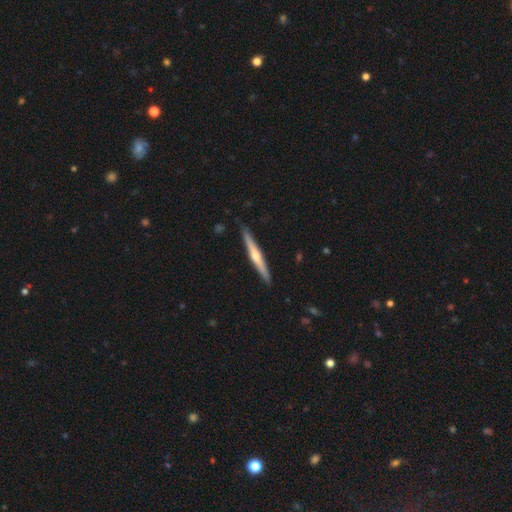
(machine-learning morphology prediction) Smooth or featured? Predicted: featured or disk (p=0.67). Edge-on disk? Predicted: yes (p=0.98). Edge-on bulge? Predicted: rounded (p=0.85). Merging? Predicted: none (p=0.90).